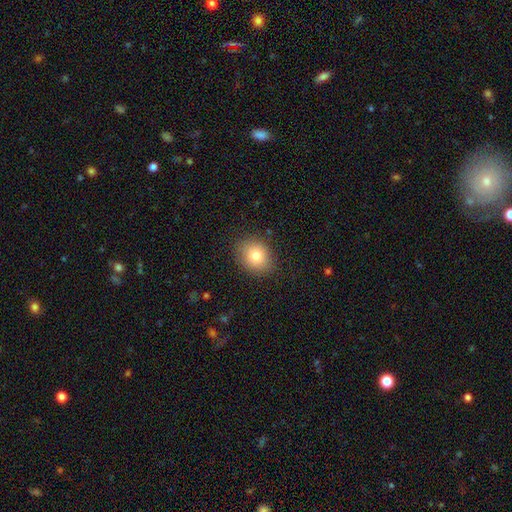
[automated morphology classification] Smooth or featured?
  - smooth: 80% *
  - featured or disk: 10%
  - star or artifact: 10%
How rounded?
  - round: 56% *
  - in between: 43%
  - cigar-shaped: 1%
Merging?
  - none: 86% *
  - minor disturbance: 10%
  - major disturbance: 3%
  - merger: 1%